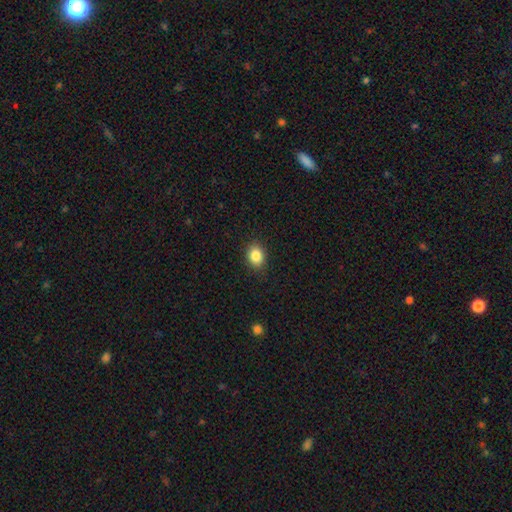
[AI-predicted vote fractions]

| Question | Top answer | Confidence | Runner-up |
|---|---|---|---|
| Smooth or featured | smooth | 86% | star or artifact (9%) |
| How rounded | in between | 60% | round (39%) |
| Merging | none | 88% | minor disturbance (8%) |